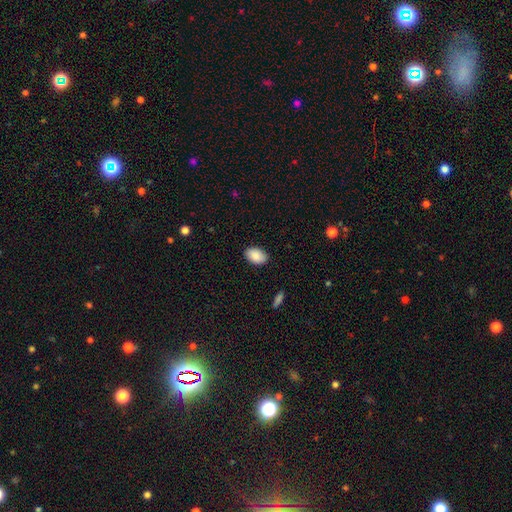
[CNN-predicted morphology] This appears to be a smooth galaxy with no disk features (89%) that is in between round and cigar-shaped (90%). Merging: none (87%).